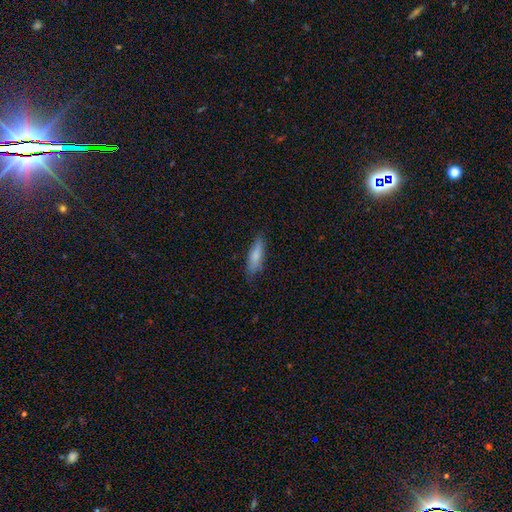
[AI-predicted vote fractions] smooth 77%, featured or disk 17%, star or artifact 6%. Down the decision tree: how rounded — cigar-shaped (64%); merging — none (76%).